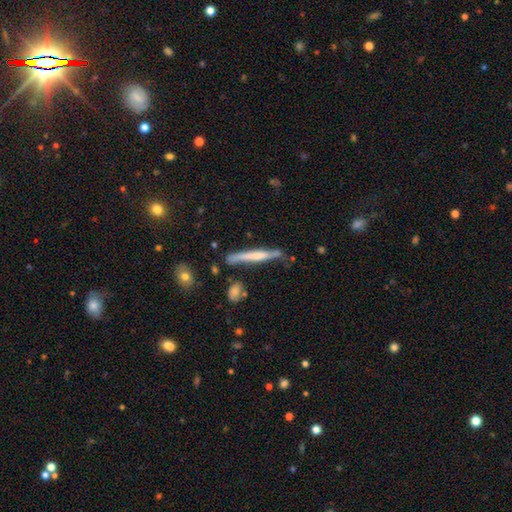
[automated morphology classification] Overall: featured or disk (54%; smooth 38%). Edge-on disk: yes (94%). Edge-on bulge: none (43%; rounded 39%). Merging: none (72%).